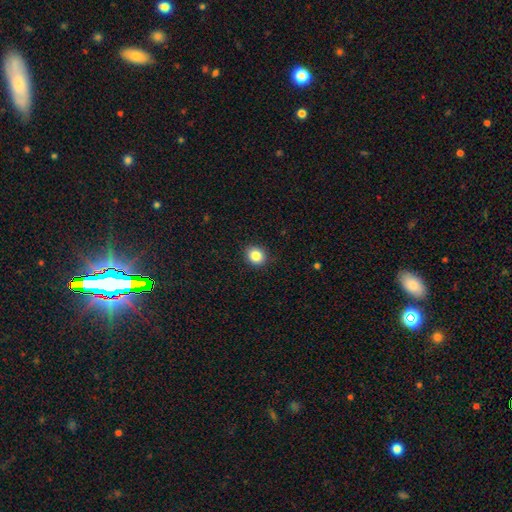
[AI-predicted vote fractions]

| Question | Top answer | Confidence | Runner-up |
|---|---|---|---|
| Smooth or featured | smooth | 85% | star or artifact (10%) |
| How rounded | round | 69% | in between (30%) |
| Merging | none | 90% | minor disturbance (7%) |